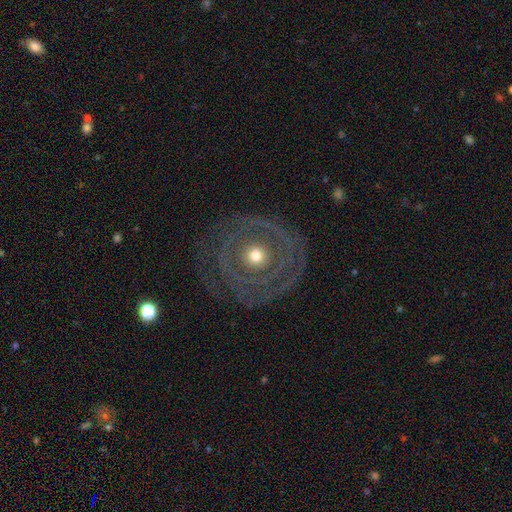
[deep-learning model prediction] Smooth or featured?
  - featured or disk: 69% *
  - smooth: 24%
  - star or artifact: 7%
Edge-on disk?
  - no: 96% *
  - yes: 4%
Bar?
  - no: 89% *
  - weak: 8%
  - strong: 3%
Spiral arms?
  - yes: 50% * (tied)
  - no: 50% * (tied)
Bulge size?
  - moderate: 60% *
  - small: 29%
  - large: 8%
  - dominant: 2%
  - none: 1%
Merging?
  - none: 74% *
  - minor disturbance: 12%
  - major disturbance: 12%
  - merger: 2%